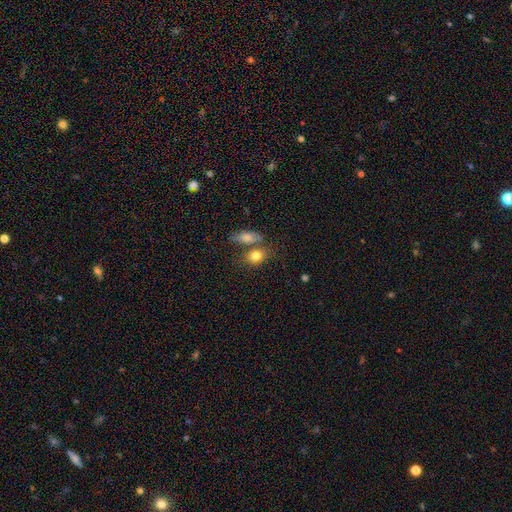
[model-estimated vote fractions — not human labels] Smooth or featured: smooth — 81% (featured or disk — 10%)
How rounded: in between — 62% (round — 35%)
Merging: none — 52% (merger — 29%)